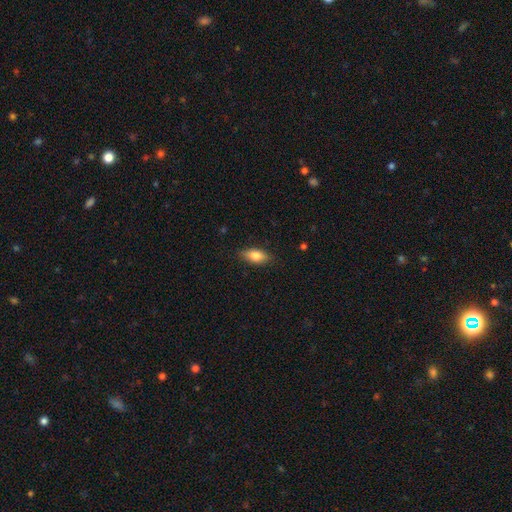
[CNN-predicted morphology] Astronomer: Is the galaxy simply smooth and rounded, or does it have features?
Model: smooth — 79%.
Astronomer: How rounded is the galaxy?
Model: in between — 84%.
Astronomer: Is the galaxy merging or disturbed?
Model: none — 83%.